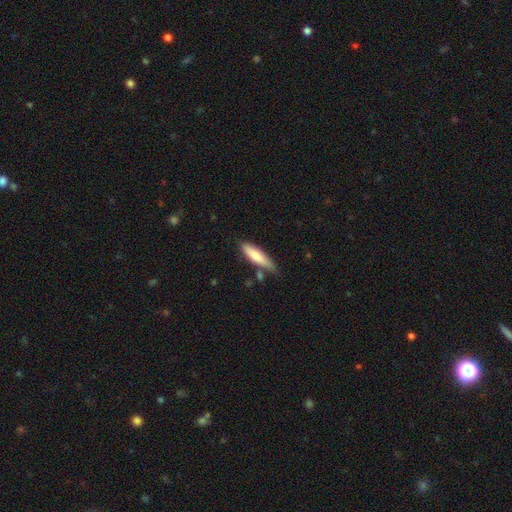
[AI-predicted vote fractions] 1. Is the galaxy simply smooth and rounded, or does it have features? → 75% smooth, 19% featured or disk, 6% star or artifact.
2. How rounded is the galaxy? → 69% cigar-shaped, 30% in between, 2% round.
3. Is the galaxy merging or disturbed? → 70% none, 20% minor disturbance, 6% merger, 4% major disturbance.